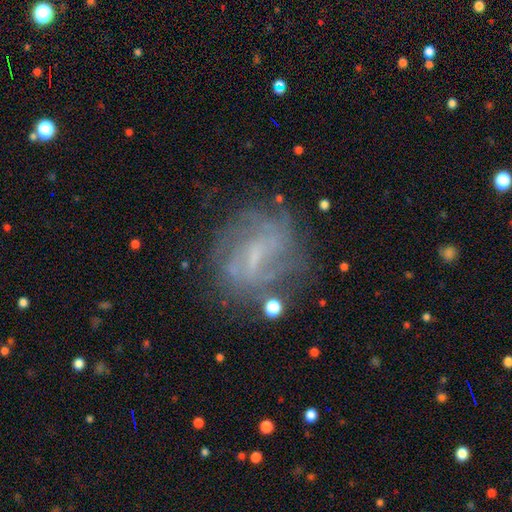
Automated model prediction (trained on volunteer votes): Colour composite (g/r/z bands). It shows a featured or disk galaxy (67%) with a weak bar (50%), spiral arms (71%) and a small central bulge (48%). Merging: none (65%).